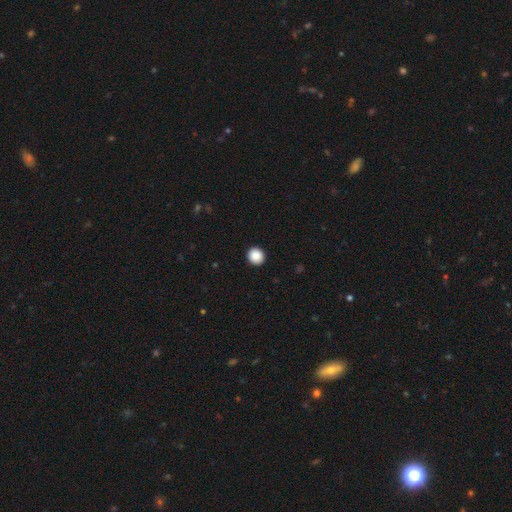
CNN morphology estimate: smooth-or-featured: smooth: 89% | star or artifact: 9% | featured or disk: 3%
  how-rounded: round: 91% | in between: 8% | cigar-shaped: 1%
  merging: none: 93% | minor disturbance: 4% | major disturbance: 1% | merger: 1%